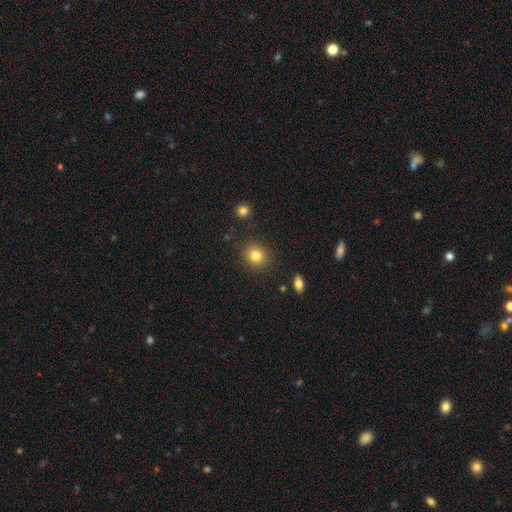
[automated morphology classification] Overall: smooth (82%). How rounded: round (82%). Merging: none (87%).